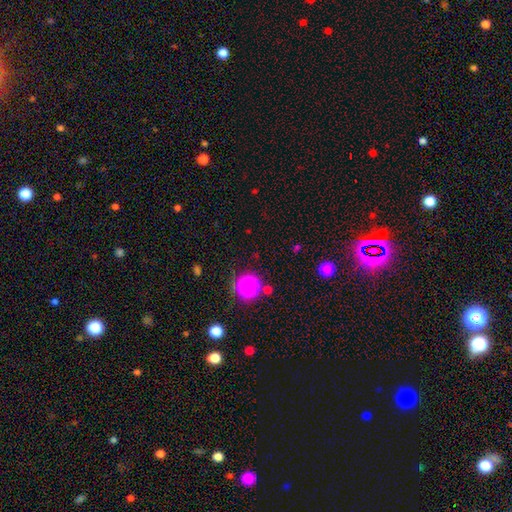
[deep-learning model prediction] smooth_or_featured: smooth (p=0.57) [alt: star or artifact p=0.34]
how_rounded: round (p=0.86) [alt: in between p=0.12]
merging: none (p=0.76) [alt: minor disturbance p=0.12]